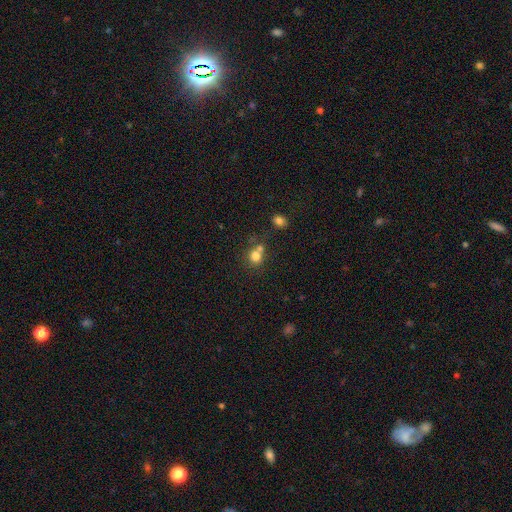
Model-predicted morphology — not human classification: Smooth or featured?
  - smooth: 78% *
  - star or artifact: 13%
  - featured or disk: 9%
How rounded?
  - round: 83% *
  - in between: 16%
  - cigar-shaped: 1%
Merging?
  - none: 50% *
  - merger: 37%
  - minor disturbance: 9%
  - major disturbance: 4%